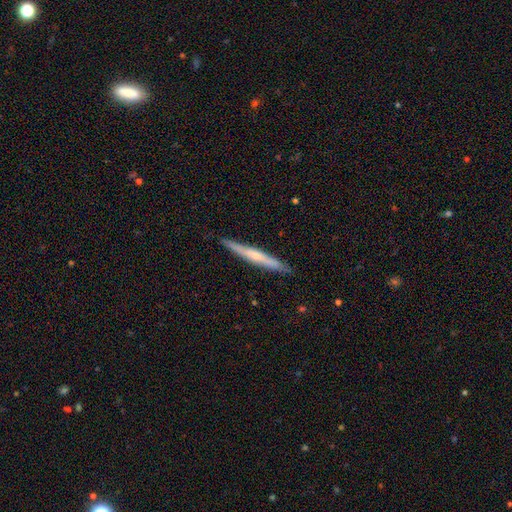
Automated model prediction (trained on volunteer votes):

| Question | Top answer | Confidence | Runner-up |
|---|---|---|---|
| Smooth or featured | featured or disk | 54% | smooth (40%) |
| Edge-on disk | yes | 96% | no (4%) |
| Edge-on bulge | rounded | 48% | none (45%) |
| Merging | none | 90% | minor disturbance (8%) |